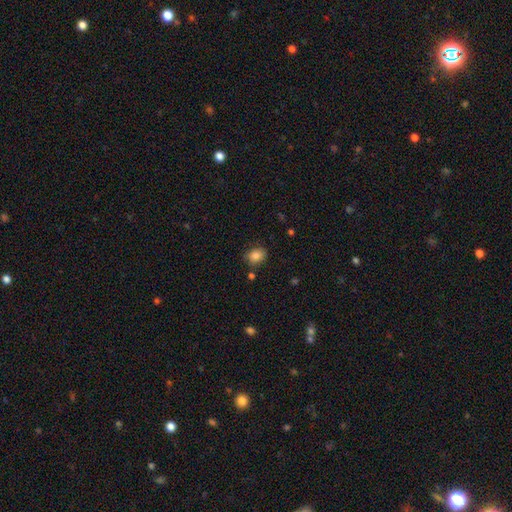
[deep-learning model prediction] Smooth or featured: smooth — 84% (star or artifact — 10%)
How rounded: in between — 56% (round — 43%)
Merging: none — 79% (minor disturbance — 13%)